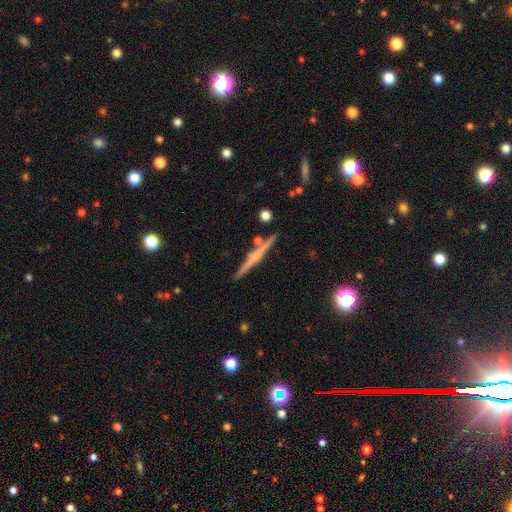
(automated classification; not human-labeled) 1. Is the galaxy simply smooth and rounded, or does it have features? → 66% featured or disk, 27% smooth, 7% star or artifact.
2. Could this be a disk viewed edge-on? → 98% yes, 2% no.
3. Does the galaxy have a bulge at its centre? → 50% rounded, 38% none, 12% boxy.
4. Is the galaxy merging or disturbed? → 88% none, 7% minor disturbance, 4% merger, 2% major disturbance.